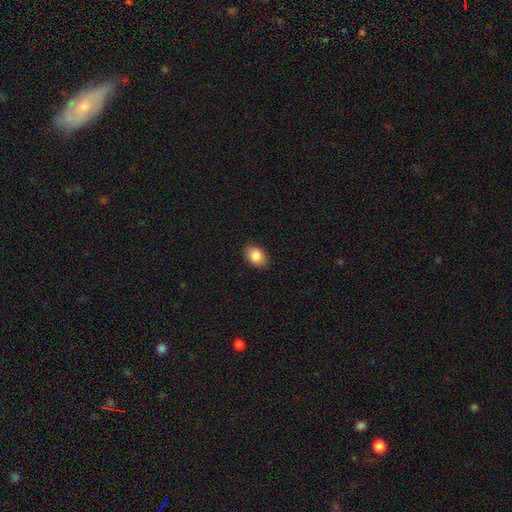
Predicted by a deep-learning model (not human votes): This appears to be a smooth galaxy with no disk features (87%) that is in between round and cigar-shaped (80%). Merging: none (88%).